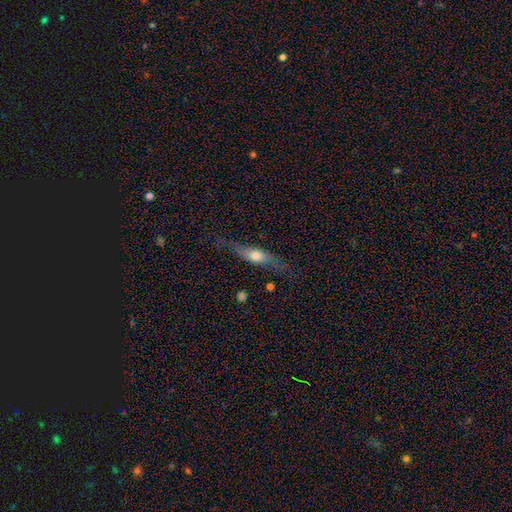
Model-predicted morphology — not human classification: Smooth or featured? featured or disk (47%, tied with smooth)
Merging? none (69%)